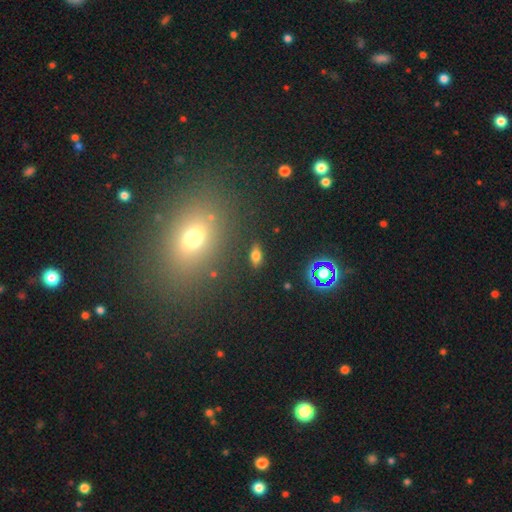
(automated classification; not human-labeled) smooth 69%, star or artifact 17%, featured or disk 13%. Down the decision tree: how rounded — in between (82%); merging — none (86%).